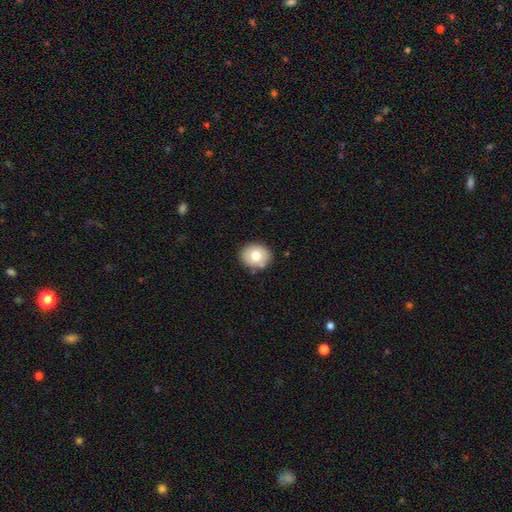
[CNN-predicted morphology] Smooth or featured? smooth (76%)
How rounded? round (63%)
Merging? none (84%)